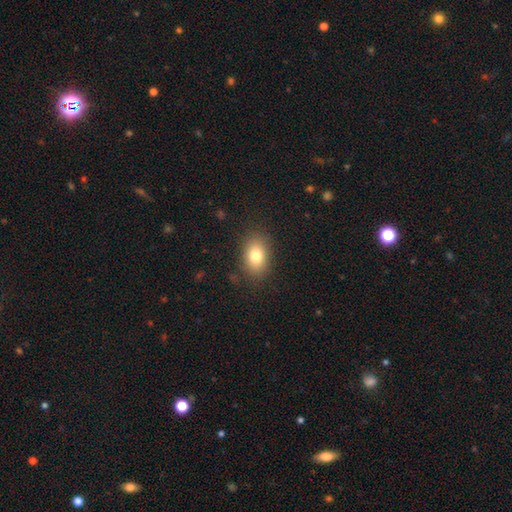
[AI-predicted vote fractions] Q: Smooth or featured?
A: smooth (79%); runner-up: featured or disk (11%)
Q: How rounded?
A: in between (80%); runner-up: round (18%)
Q: Merging?
A: none (86%); runner-up: minor disturbance (10%)